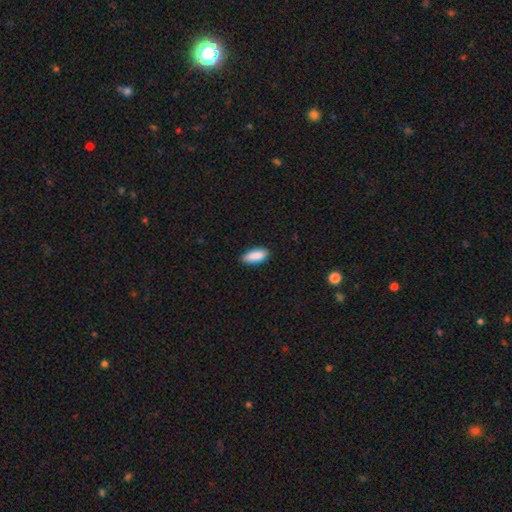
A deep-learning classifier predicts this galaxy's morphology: Smooth or featured? Predicted: smooth (p=0.90). How rounded? Predicted: in between (p=0.83). Merging? Predicted: none (p=0.86).